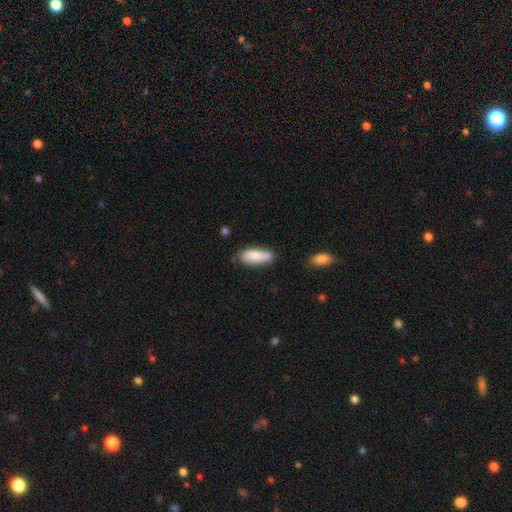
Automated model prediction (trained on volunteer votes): Q: Smooth or featured?
A: smooth (83%); runner-up: featured or disk (11%)
Q: How rounded?
A: in between (71%); runner-up: cigar-shaped (27%)
Q: Merging?
A: none (66%); runner-up: minor disturbance (22%)